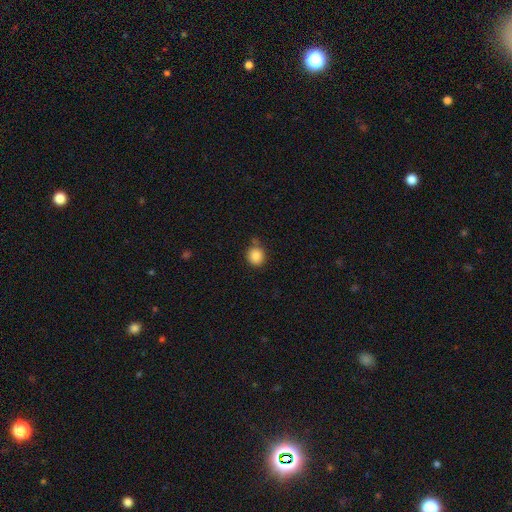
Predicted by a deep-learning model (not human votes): This appears to be a smooth galaxy with no disk features (86%) that is round (84%). Merging: none (73%).